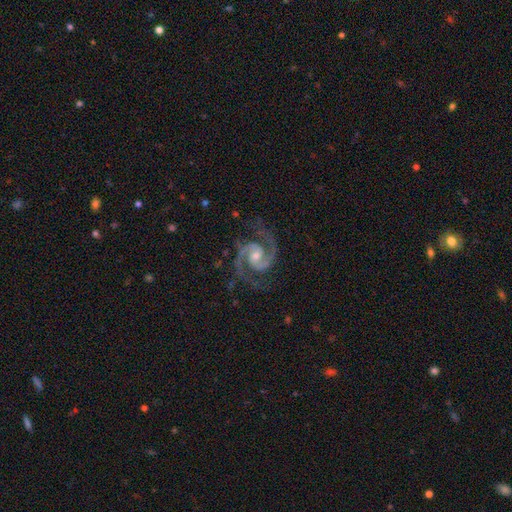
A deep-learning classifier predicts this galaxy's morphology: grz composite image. It shows a featured or disk galaxy (94%) with no bar (47%), 2 (93%) medium (62%) spiral arms (99%) and a moderate central bulge (52%). Merging: none (79%).